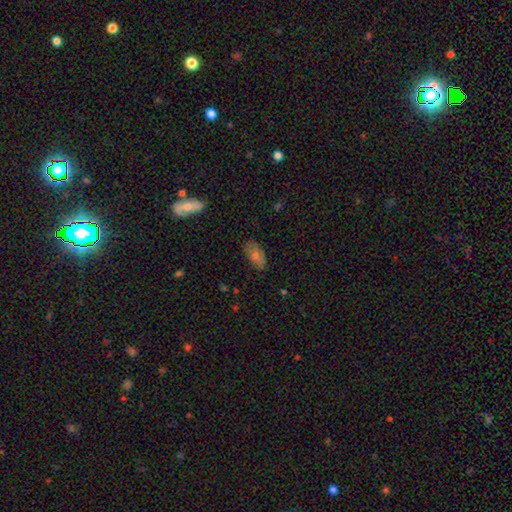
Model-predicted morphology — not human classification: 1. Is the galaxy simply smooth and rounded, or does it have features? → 59% smooth, 27% featured or disk, 14% star or artifact.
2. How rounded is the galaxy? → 88% in between, 6% cigar-shaped, 6% round.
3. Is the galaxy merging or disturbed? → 77% none, 17% minor disturbance, 4% major disturbance, 2% merger.